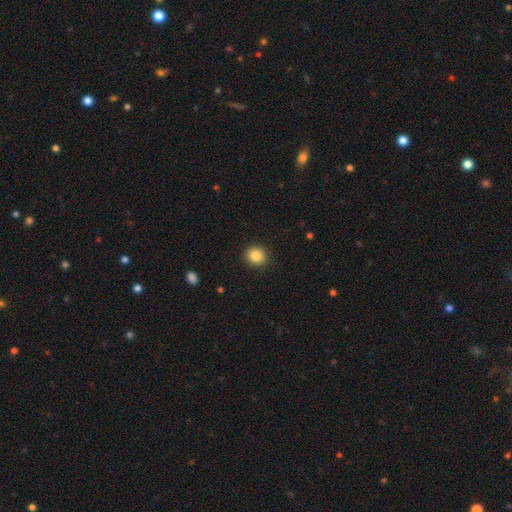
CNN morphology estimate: smooth-or-featured: smooth: 86% | star or artifact: 10% | featured or disk: 4%
  how-rounded: round: 83% | in between: 16% | cigar-shaped: 1%
  merging: none: 90% | minor disturbance: 7% | major disturbance: 2% | merger: 1%